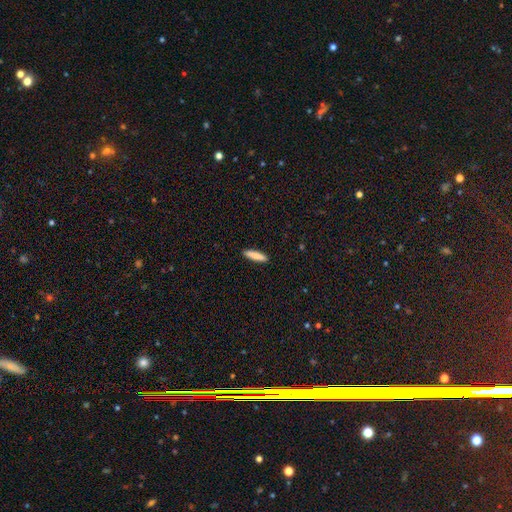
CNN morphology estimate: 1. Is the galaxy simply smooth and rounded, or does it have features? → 85% smooth, 10% featured or disk, 6% star or artifact.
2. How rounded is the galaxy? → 79% cigar-shaped, 20% in between, 1% round.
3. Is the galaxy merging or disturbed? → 91% none, 6% minor disturbance, 2% major disturbance, 1% merger.